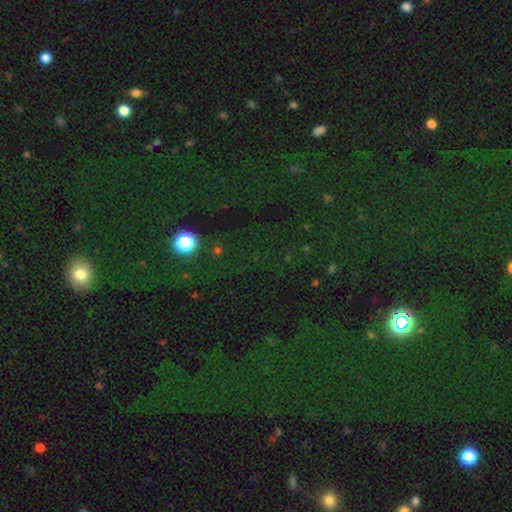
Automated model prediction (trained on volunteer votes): Smooth or featured? Predicted: star or artifact (p=0.70).